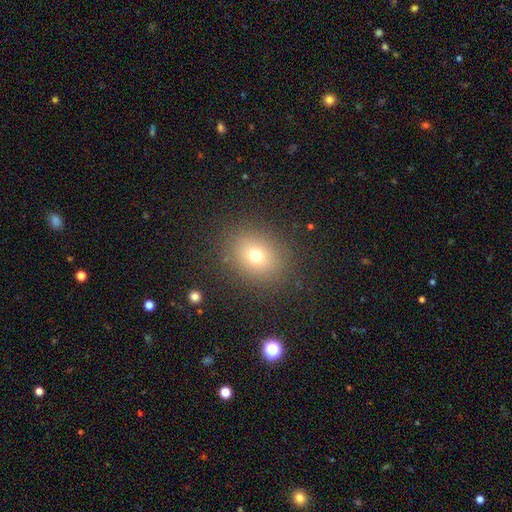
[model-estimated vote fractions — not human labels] Overall: smooth (71%). How rounded: round (61%; in between 38%). Merging: none (86%).